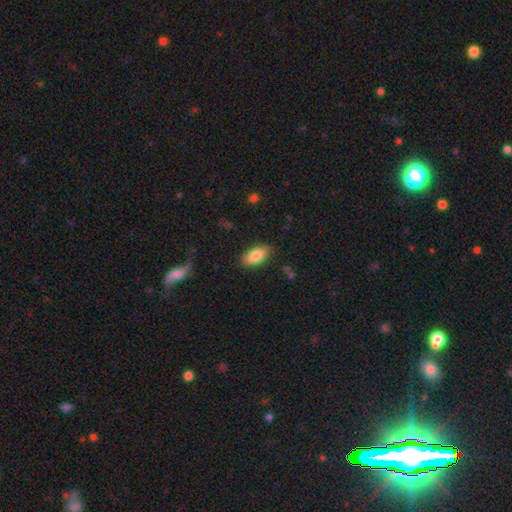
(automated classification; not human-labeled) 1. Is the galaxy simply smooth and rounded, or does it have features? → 83% smooth, 10% featured or disk, 7% star or artifact.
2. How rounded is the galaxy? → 89% in between, 8% cigar-shaped, 3% round.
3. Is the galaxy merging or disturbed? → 85% none, 11% minor disturbance, 3% major disturbance, 1% merger.